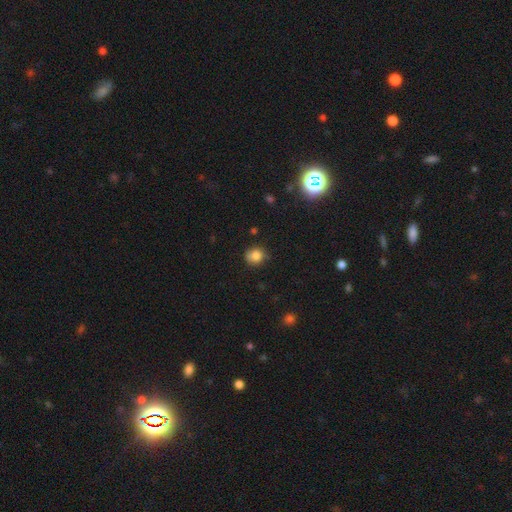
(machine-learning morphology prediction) This is clearly a smooth galaxy (82%). How rounded: clearly round (82%). Merging: likely none (69%).